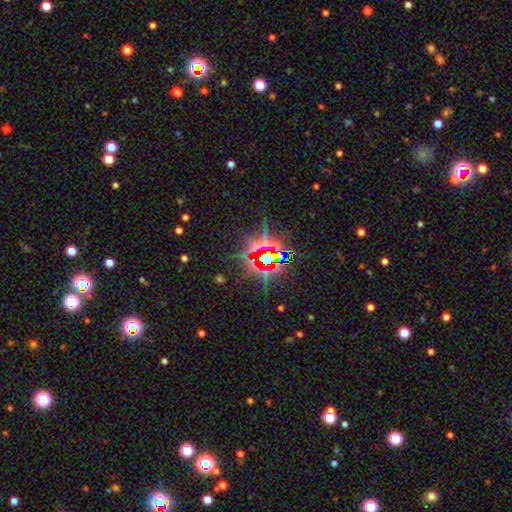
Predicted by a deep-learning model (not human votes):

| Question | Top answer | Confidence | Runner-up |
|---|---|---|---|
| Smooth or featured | star or artifact | 82% | featured or disk (10%) |